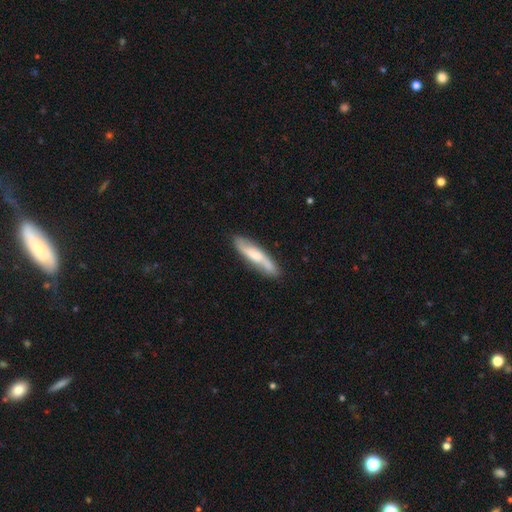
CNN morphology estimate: Q: Smooth or featured?
A: featured or disk (48%); runner-up: smooth (47%)
Q: Merging?
A: none (80%); runner-up: minor disturbance (15%)